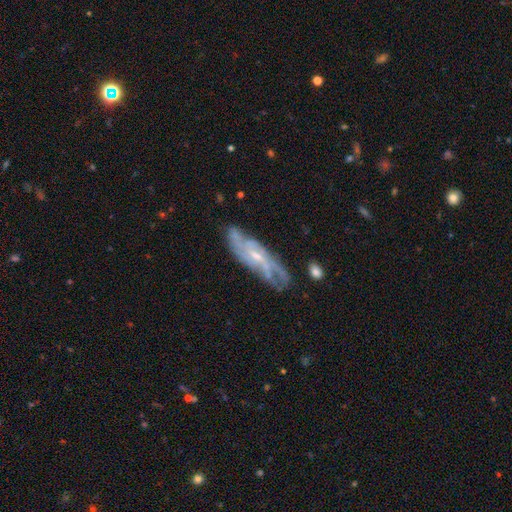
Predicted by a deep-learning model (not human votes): Smooth or featured?
  - featured or disk: 81% *
  - smooth: 13%
  - star or artifact: 6%
Edge-on disk?
  - no: 80% *
  - yes: 20%
Bar?
  - no: 50% *
  - weak: 40%
  - strong: 10%
Spiral arms?
  - yes: 91% *
  - no: 9%
Spiral winding?
  - medium: 43% *
  - tight: 41%
  - loose: 16%
Spiral arm count?
  - can't tell: 35% *
  - 2: 26%
  - 3: 19%
  - 4: 11%
  - more than 4: 4%
  - 1: 4%
Bulge size?
  - small: 66% *
  - moderate: 28%
  - none: 4%
  - large: 1%
  - dominant: 1%
Merging?
  - none: 70% *
  - minor disturbance: 20%
  - major disturbance: 7%
  - merger: 3%